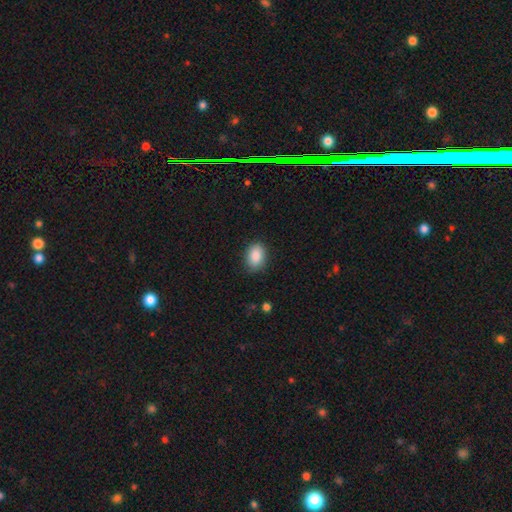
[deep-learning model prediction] smooth-or-featured: smooth: 88% | star or artifact: 7% | featured or disk: 4%
  how-rounded: in between: 83% | round: 16% | cigar-shaped: 1%
  merging: none: 82% | minor disturbance: 14% | major disturbance: 3% | merger: 1%